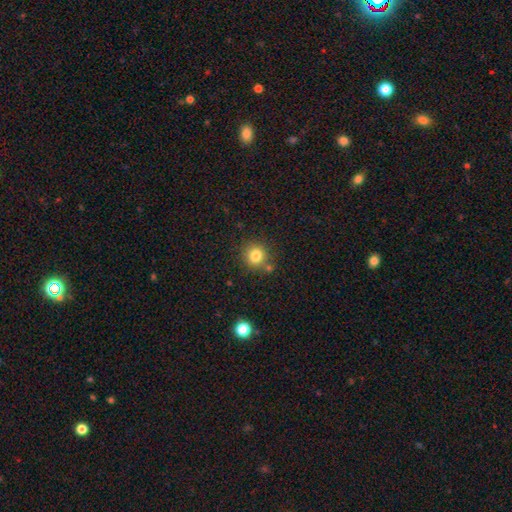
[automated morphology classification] type=smooth (82%); roundness=round (88%); merging=none (78%).